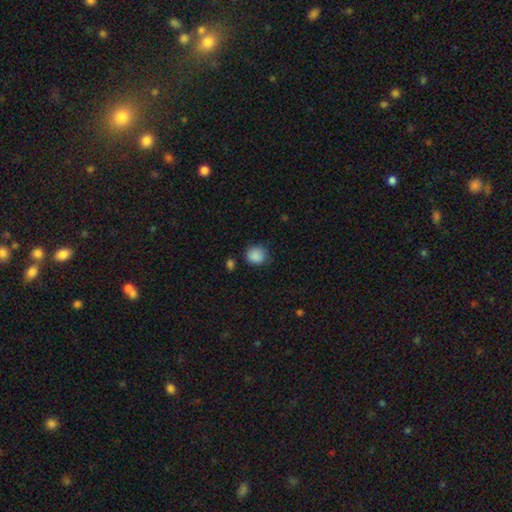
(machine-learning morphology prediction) The model was most divided on "how rounded": round: 80%, in between: 19%, cigar-shaped: 1%. More confident: smooth or featured — smooth (88%); merging — none (78%).